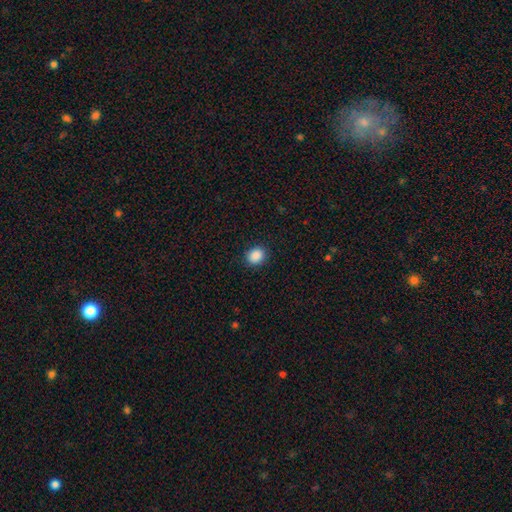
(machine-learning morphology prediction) This is clearly a smooth galaxy (89%). How rounded: likely round (68%). Merging: clearly none (90%).